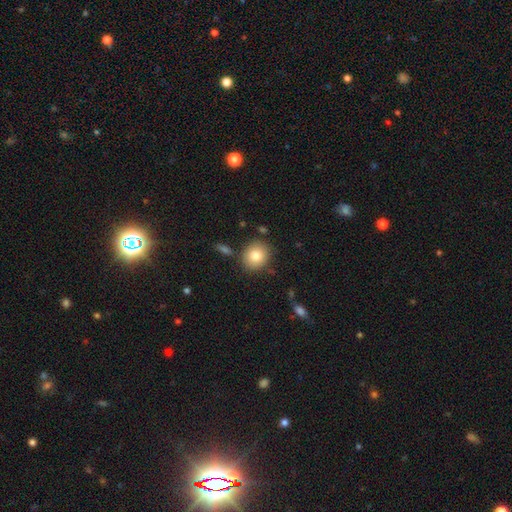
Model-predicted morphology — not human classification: Overall: smooth (81%). How rounded: round (76%). Merging: none (83%).